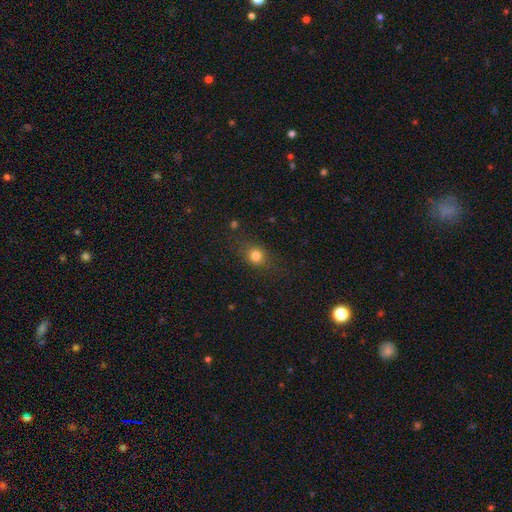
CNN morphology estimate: smooth 77%, star or artifact 13%, featured or disk 9%. Down the decision tree: how rounded — round (66%); merging — none (77%).